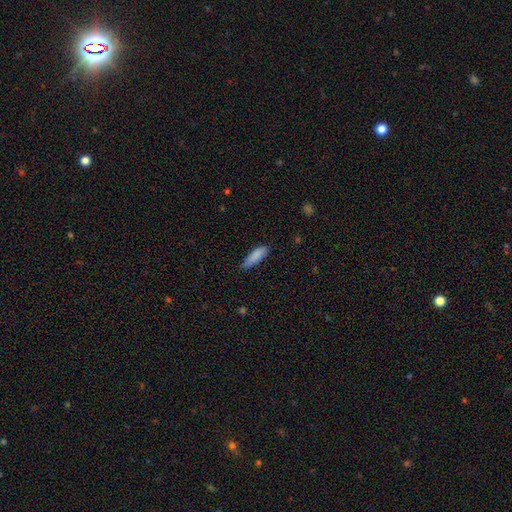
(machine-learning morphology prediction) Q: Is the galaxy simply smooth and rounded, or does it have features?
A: smooth — 86%.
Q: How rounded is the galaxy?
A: cigar-shaped — 53%.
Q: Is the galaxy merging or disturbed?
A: none — 71%.